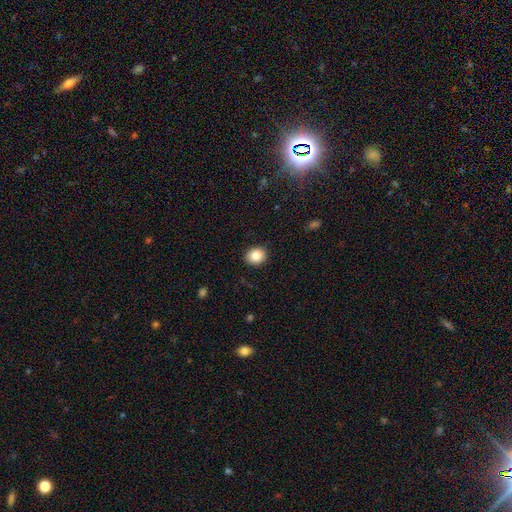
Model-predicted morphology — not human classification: The model was most divided on "how rounded": round: 60%, in between: 39%, cigar-shaped: 1%. More confident: merging — none (91%); smooth or featured — smooth (85%).